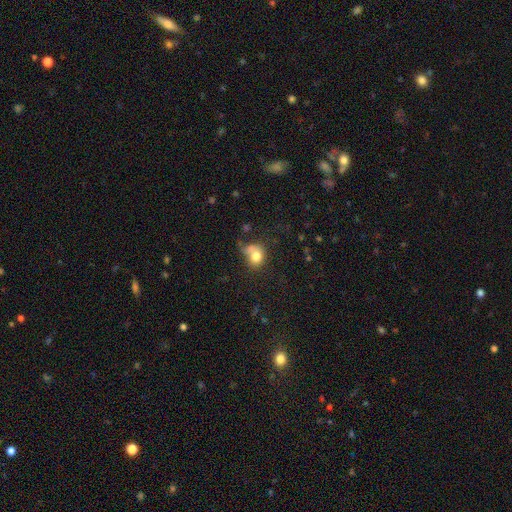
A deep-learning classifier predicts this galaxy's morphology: Smooth or featured: smooth — 77% (featured or disk — 12%)
How rounded: round — 63% (in between — 36%)
Merging: none — 41% (minor disturbance — 26%)